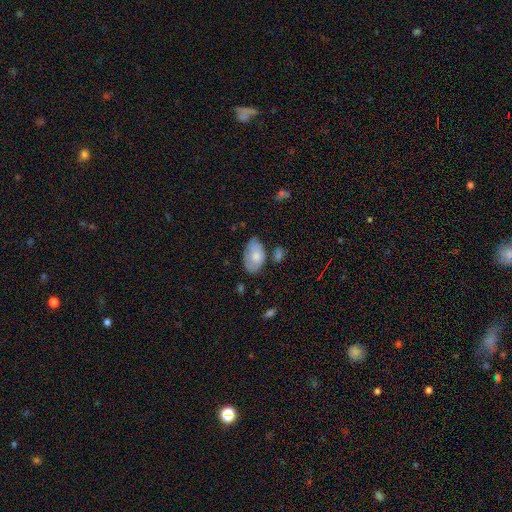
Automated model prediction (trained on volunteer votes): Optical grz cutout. It shows a smooth galaxy with no disk features (71%) that is in between round and cigar-shaped (92%). Merging: none (59%).